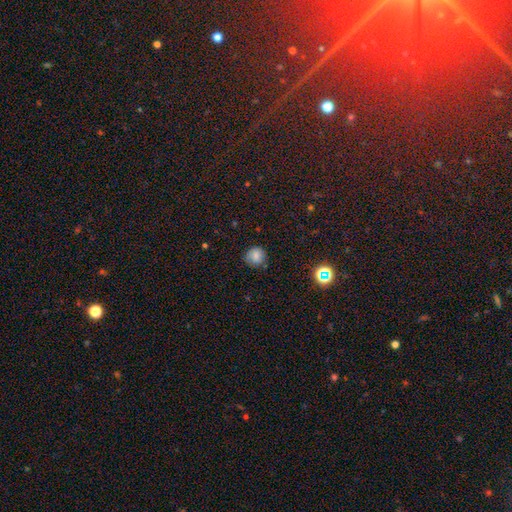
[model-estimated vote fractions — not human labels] This is likely a smooth galaxy (77%). How rounded: clearly round (85%). Merging: likely none (76%).